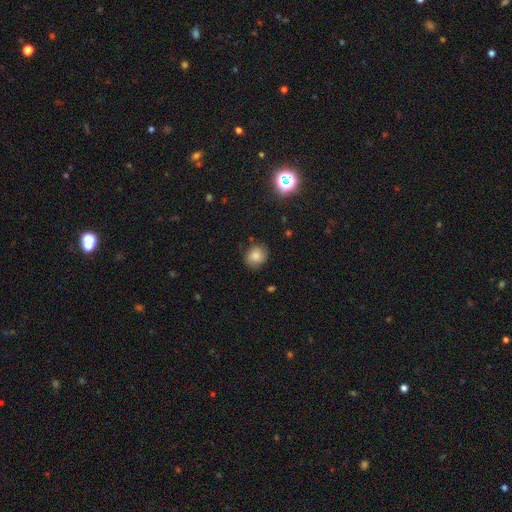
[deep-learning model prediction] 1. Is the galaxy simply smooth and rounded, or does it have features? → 69% smooth, 19% featured or disk, 12% star or artifact.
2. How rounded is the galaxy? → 74% round, 25% in between, 1% cigar-shaped.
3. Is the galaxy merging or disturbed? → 79% none, 16% minor disturbance, 4% major disturbance, 1% merger.